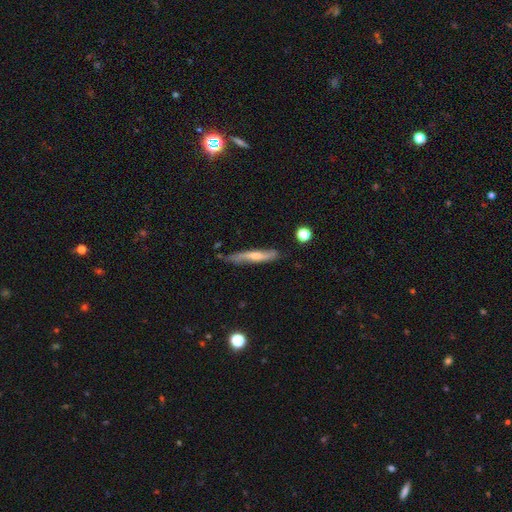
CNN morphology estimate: Smooth or featured? featured or disk (54%)
Edge-on disk? yes (78%)
Merging? none (72%)